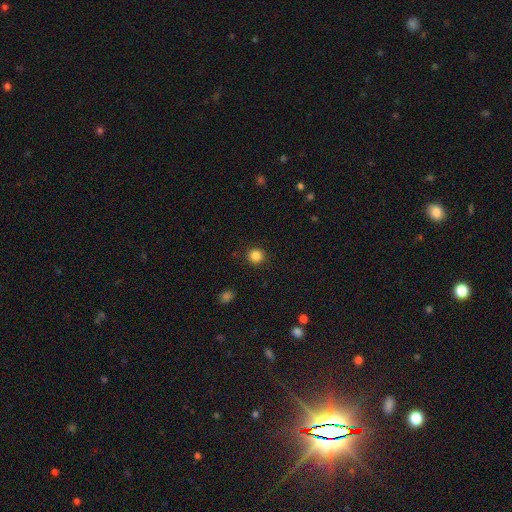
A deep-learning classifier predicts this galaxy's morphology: Smooth or featured? smooth (85%)
How rounded? round (93%)
Merging? none (91%)